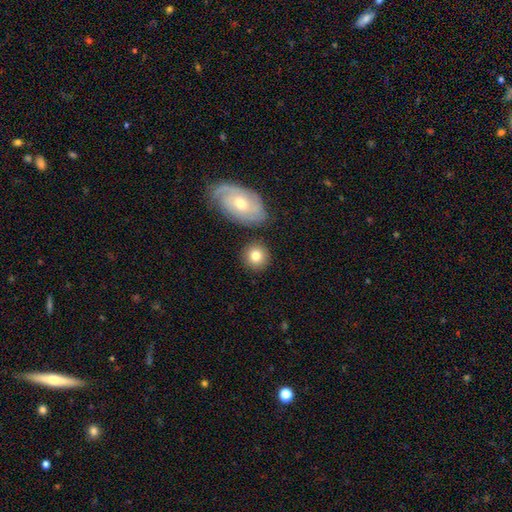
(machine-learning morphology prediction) smooth_or_featured: smooth (p=0.81) [alt: featured or disk p=0.12]
how_rounded: round (p=0.88) [alt: in between p=0.11]
merging: none (p=0.82) [alt: minor disturbance p=0.09]